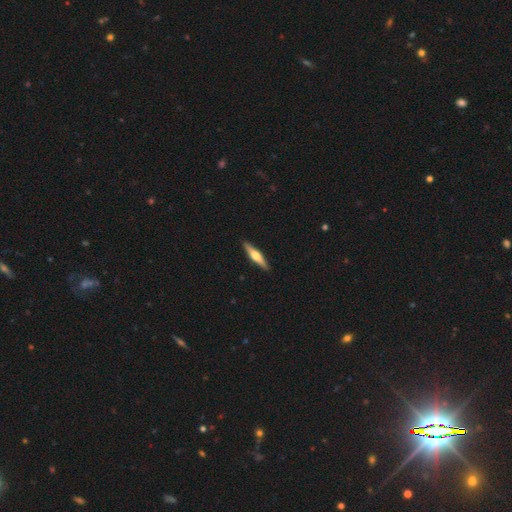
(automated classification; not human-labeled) Smooth or featured: featured or disk — 61% (smooth — 34%)
Edge-on disk: yes — 97% (no — 3%)
Edge-on bulge: rounded — 91% (boxy — 6%)
Merging: none — 91% (minor disturbance — 6%)